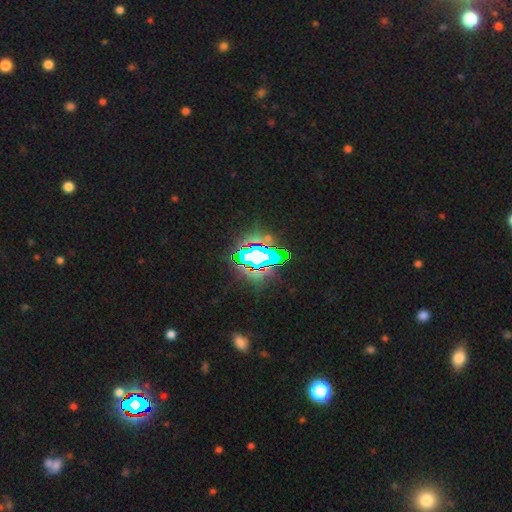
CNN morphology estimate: A star or artifact, not a galaxy (67%).

Vote fractions:
- Smooth or featured? star or artifact: 67% / smooth: 17% / featured or disk: 16%